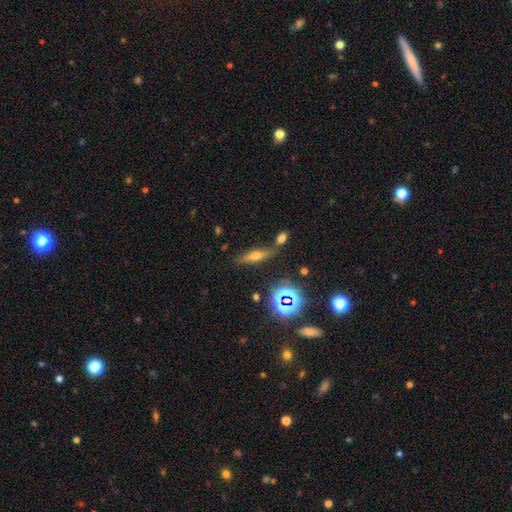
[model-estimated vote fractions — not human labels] featured or disk 43%, smooth 38%, star or artifact 19%. Down the decision tree: merging — none (75%).